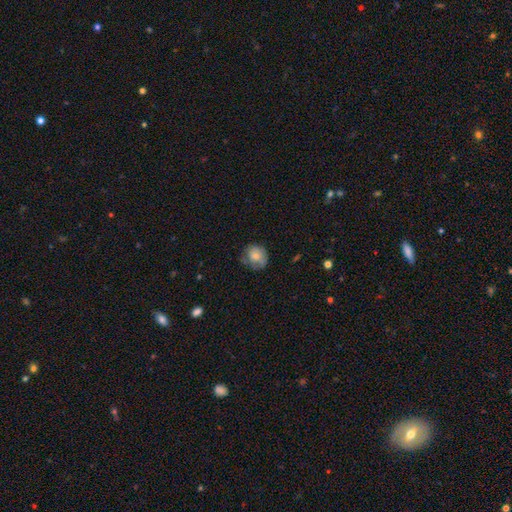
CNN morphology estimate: Smooth or featured? smooth (72%)
How rounded? round (73%)
Merging? none (57%)